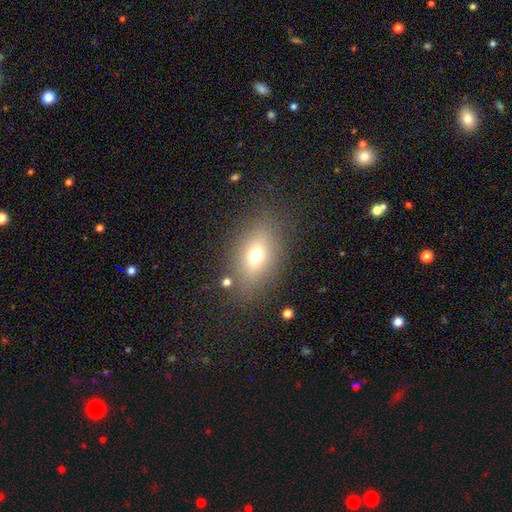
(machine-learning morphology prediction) smooth-or-featured: smooth: 67% | featured or disk: 18% | star or artifact: 15%
  how-rounded: in between: 76% | round: 19% | cigar-shaped: 4%
  merging: none: 80% | minor disturbance: 12% | major disturbance: 6% | merger: 3%